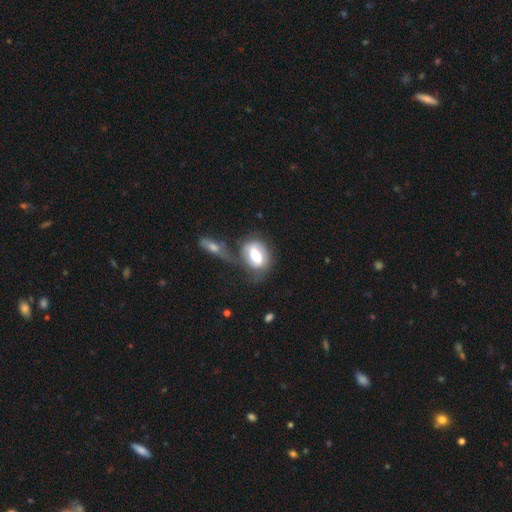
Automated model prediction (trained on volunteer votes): The model was most divided on "smooth or featured": featured or disk: 47%, smooth: 46%, star or artifact: 7%. Remaining: merging — none (36%).